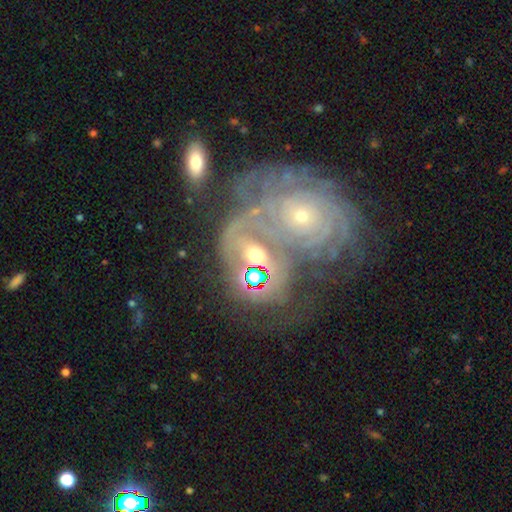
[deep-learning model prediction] Smooth or featured: featured or disk — 62% (smooth — 21%)
Edge-on disk: no — 96% (yes — 4%)
Bar: no — 60% (weak — 22%)
Spiral arms: yes — 79% (no — 21%)
Bulge size: moderate — 48% (small — 30%)
Merging: merger — 51% (none — 28%)